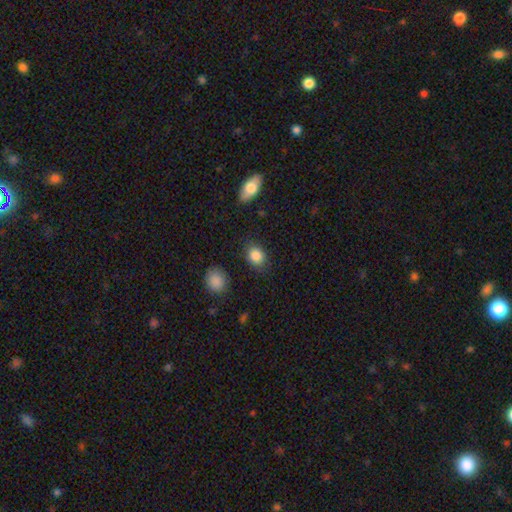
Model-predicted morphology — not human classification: A smooth galaxy with no disk features (86%) that is in between round and cigar-shaped (62%).

Vote fractions:
- Smooth or featured? smooth: 86% / star or artifact: 9% / featured or disk: 6%
- How rounded? in between: 62% / round: 37% / cigar-shaped: 1%
- Merging? none: 82% / minor disturbance: 13% / major disturbance: 3% / merger: 2%